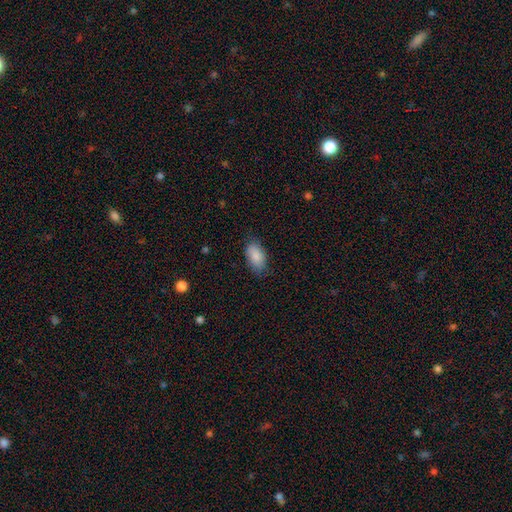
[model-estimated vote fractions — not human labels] This is clearly a smooth galaxy (88%). How rounded: clearly in between (93%). Merging: likely none (77%).